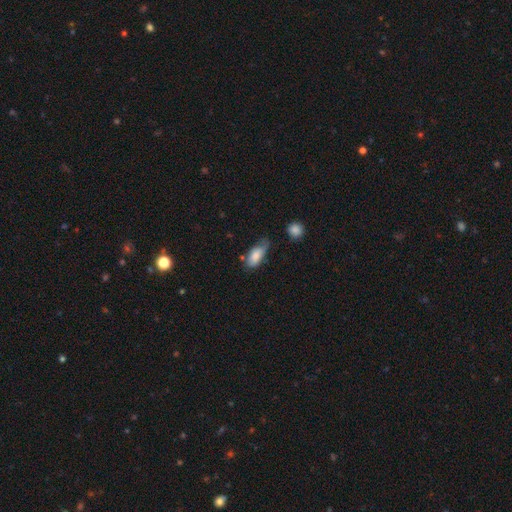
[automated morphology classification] smooth_or_featured: smooth (p=0.78) [alt: featured or disk p=0.14]
how_rounded: in between (p=0.87) [alt: cigar-shaped p=0.10]
merging: none (p=0.40) [alt: minor disturbance p=0.39]